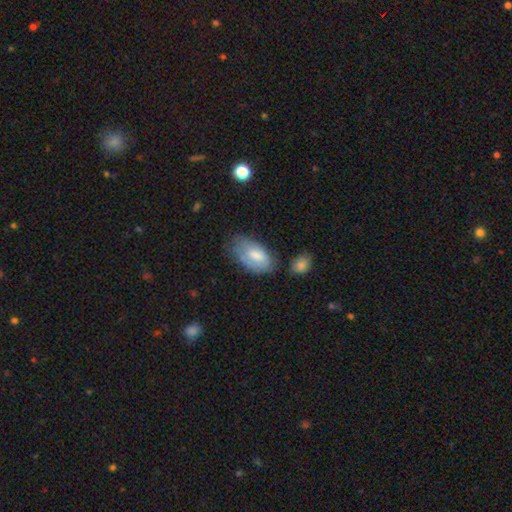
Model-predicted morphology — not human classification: This appears to be a smooth galaxy with no disk features (70%) that is in between round and cigar-shaped (94%). Merging: none (49%).